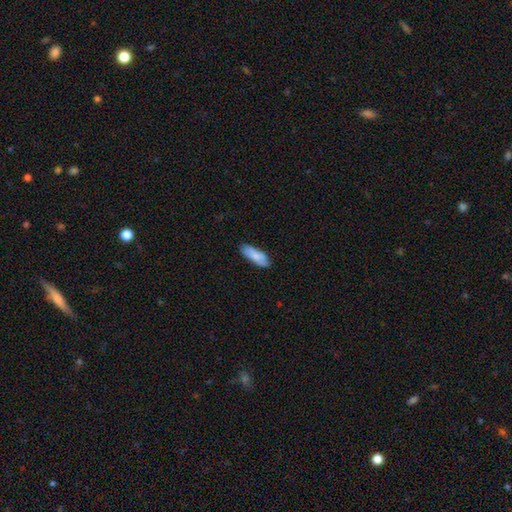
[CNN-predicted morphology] Smooth or featured? Predicted: smooth (p=0.80). How rounded? Predicted: in between (p=0.64). Merging? Predicted: none (p=0.80).